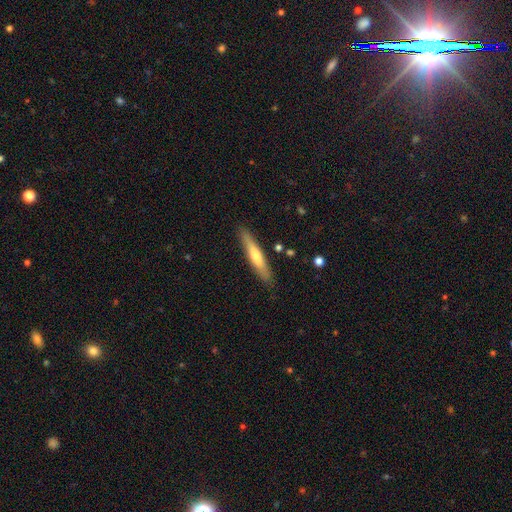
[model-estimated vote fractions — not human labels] Smooth or featured? Predicted: smooth (p=0.54). How rounded? Predicted: cigar-shaped (p=0.91). Merging? Predicted: none (p=0.88).